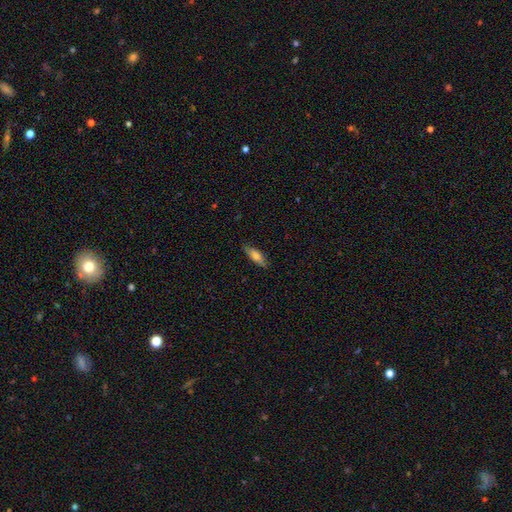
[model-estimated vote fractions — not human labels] Smooth or featured: smooth — 65% (featured or disk — 28%)
How rounded: in between — 52% (cigar-shaped — 45%)
Merging: none — 81% (minor disturbance — 15%)